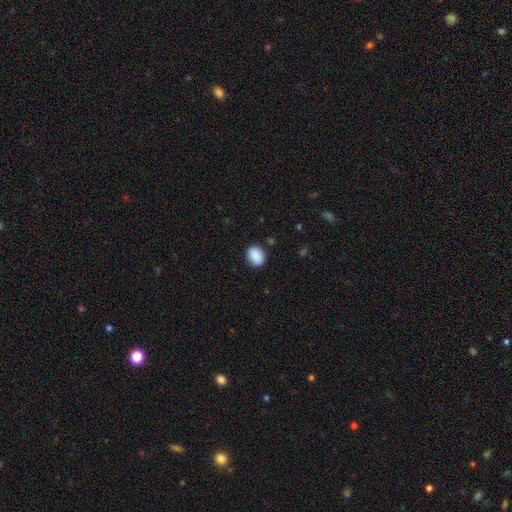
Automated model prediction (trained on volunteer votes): A smooth galaxy with no disk features (90%) that is in between round and cigar-shaped (53%).

Vote fractions:
- Smooth or featured? smooth: 90% / star or artifact: 7% / featured or disk: 3%
- How rounded? in between: 53% / round: 46% / cigar-shaped: 1%
- Merging? none: 87% / minor disturbance: 9% / major disturbance: 2% / merger: 1%